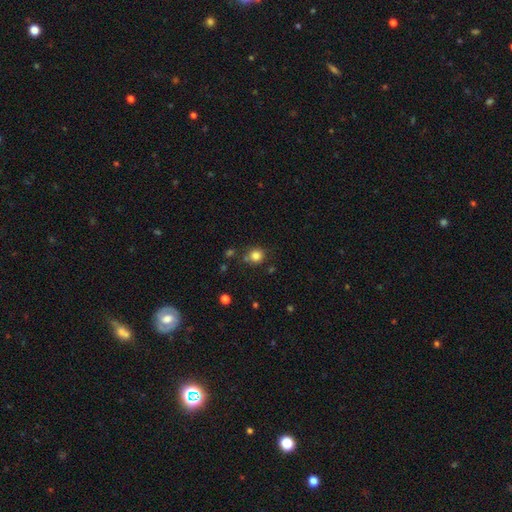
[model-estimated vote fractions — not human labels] Q: Smooth or featured?
A: smooth (82%); runner-up: star or artifact (13%)
Q: How rounded?
A: round (87%); runner-up: in between (12%)
Q: Merging?
A: none (75%); runner-up: minor disturbance (13%)